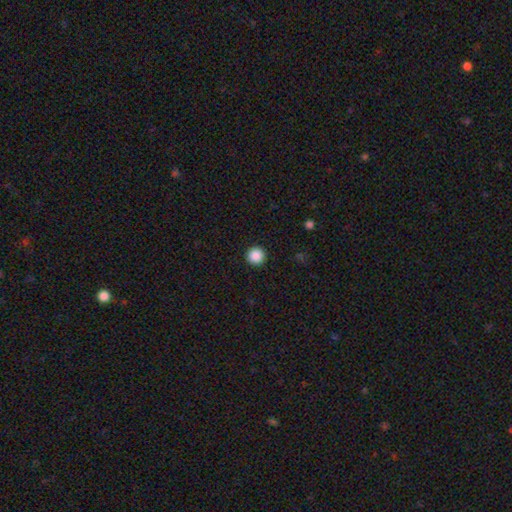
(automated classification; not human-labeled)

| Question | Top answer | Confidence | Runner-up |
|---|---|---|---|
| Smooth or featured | smooth | 88% | star or artifact (10%) |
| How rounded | round | 96% | in between (3%) |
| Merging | none | 93% | minor disturbance (4%) |